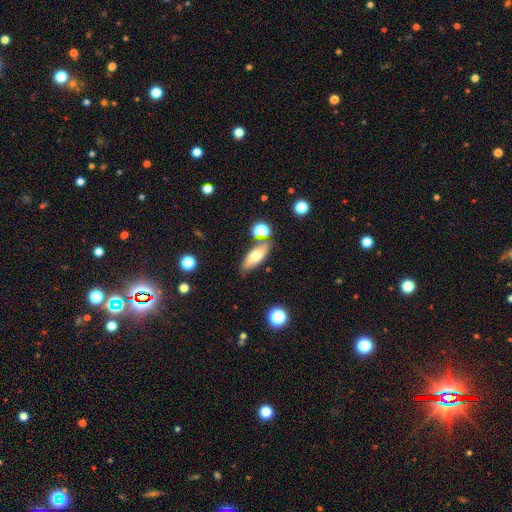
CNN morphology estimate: Smooth or featured? smooth (66%)
How rounded? in between (65%)
Merging? none (76%)